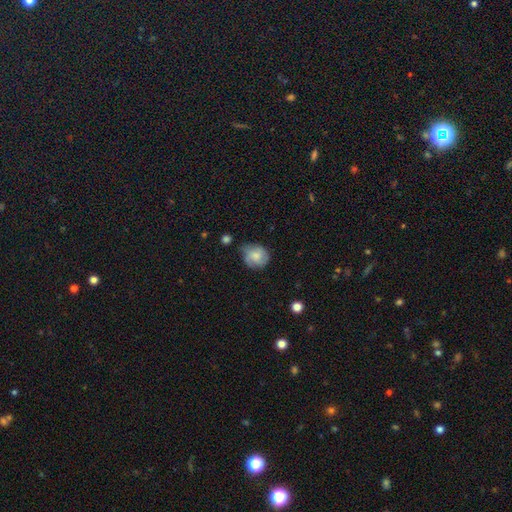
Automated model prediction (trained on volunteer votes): Q: Smooth or featured?
A: smooth (61%); runner-up: featured or disk (32%)
Q: How rounded?
A: round (68%); runner-up: in between (31%)
Q: Merging?
A: none (58%); runner-up: minor disturbance (30%)